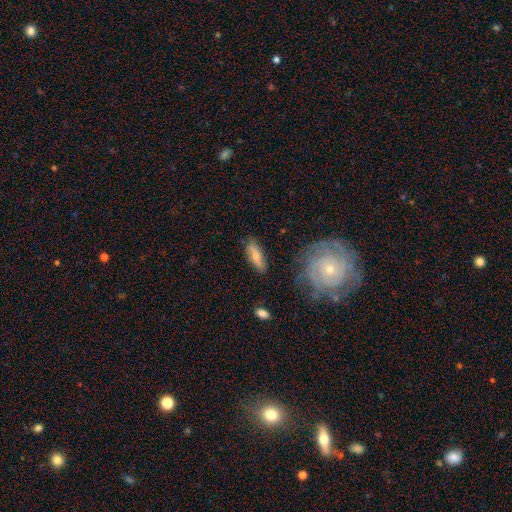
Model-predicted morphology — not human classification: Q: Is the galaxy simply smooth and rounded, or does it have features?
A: smooth — 62%.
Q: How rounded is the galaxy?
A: in between — 55%.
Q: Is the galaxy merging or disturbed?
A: none — 81%.